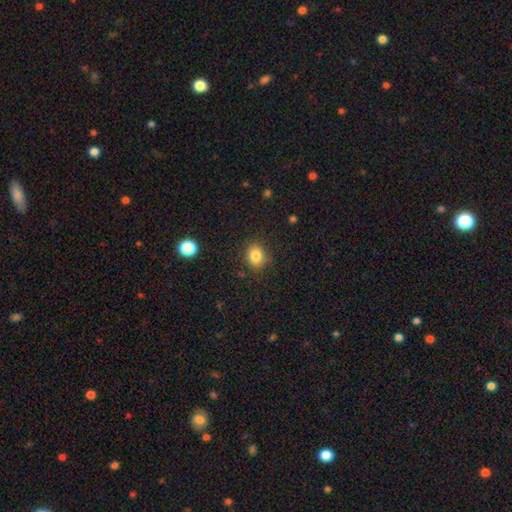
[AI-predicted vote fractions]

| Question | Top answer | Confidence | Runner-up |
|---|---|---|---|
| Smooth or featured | smooth | 83% | star or artifact (11%) |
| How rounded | round | 67% | in between (32%) |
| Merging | none | 86% | minor disturbance (10%) |